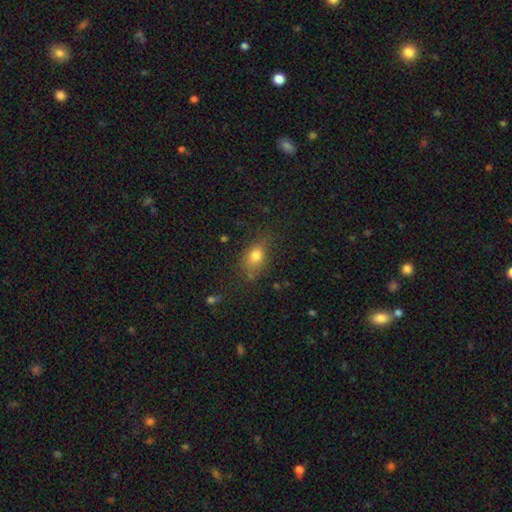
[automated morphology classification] Q: Smooth or featured?
A: smooth (77%); runner-up: star or artifact (12%)
Q: How rounded?
A: in between (69%); runner-up: round (27%)
Q: Merging?
A: none (65%); runner-up: minor disturbance (23%)